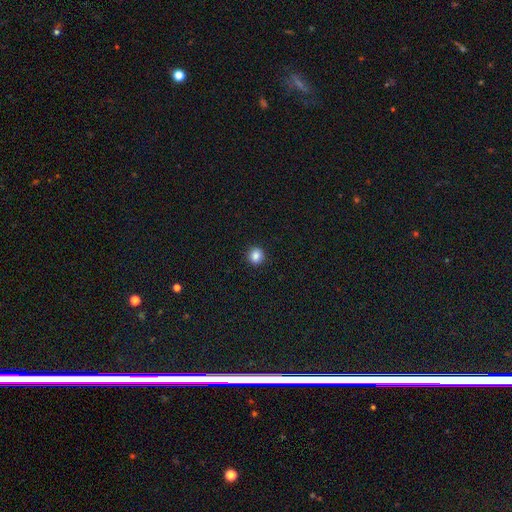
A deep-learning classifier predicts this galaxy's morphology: This is clearly a smooth galaxy (86%). How rounded: clearly round (92%). Merging: clearly none (92%).